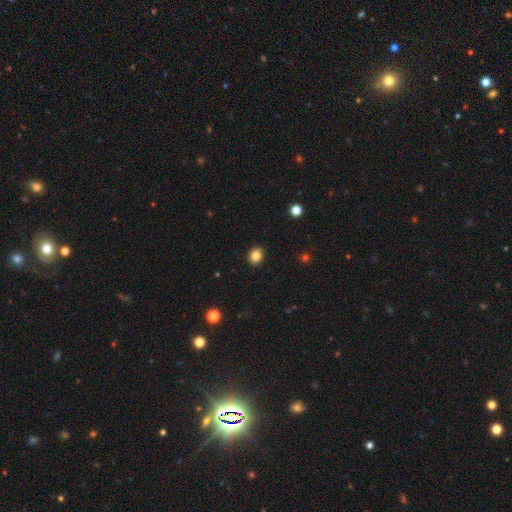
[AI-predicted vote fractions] A smooth galaxy with no disk features (83%) that is round (70%). Merging: none (91%).